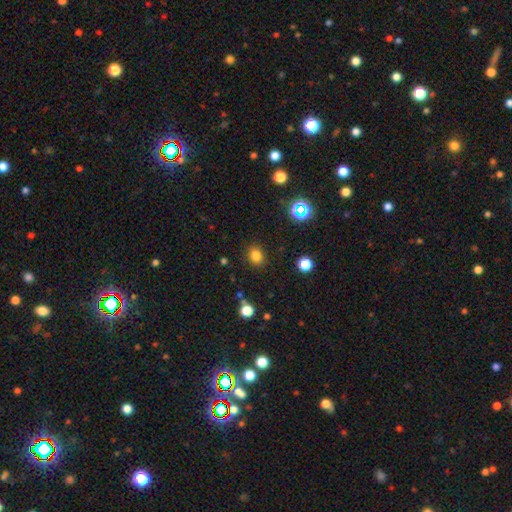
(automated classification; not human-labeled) This appears to be a smooth galaxy with no disk features (80%) that is round (62%). Merging: none (87%).